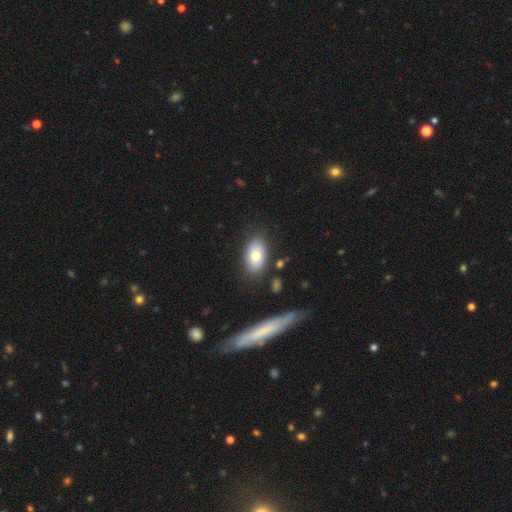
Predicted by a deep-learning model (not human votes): Smooth or featured? smooth (72%)
How rounded? in between (90%)
Merging? none (81%)